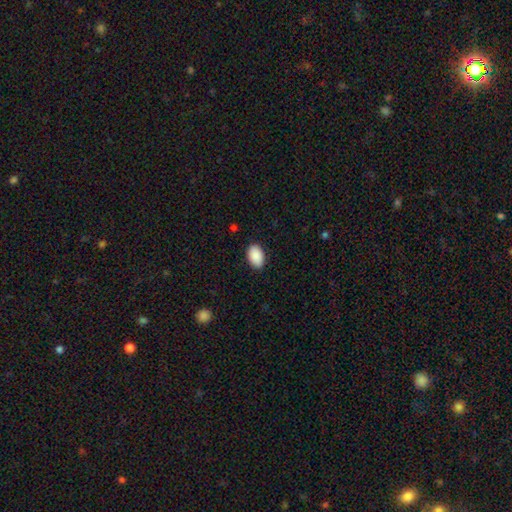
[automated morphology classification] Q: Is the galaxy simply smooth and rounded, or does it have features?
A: smooth — 91%.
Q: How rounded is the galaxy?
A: in between — 92%.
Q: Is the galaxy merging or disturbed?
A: none — 88%.